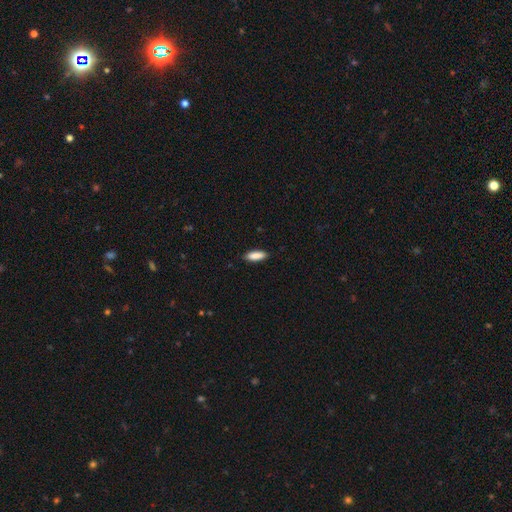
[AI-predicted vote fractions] Smooth or featured?
  - smooth: 88% *
  - star or artifact: 6%
  - featured or disk: 6%
How rounded?
  - in between: 62% *
  - cigar-shaped: 36%
  - round: 2%
Merging?
  - none: 87% *
  - minor disturbance: 10%
  - major disturbance: 2%
  - merger: 1%